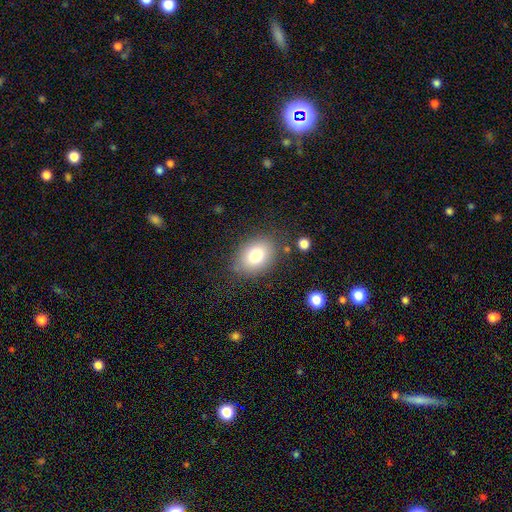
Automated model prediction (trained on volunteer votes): The model was most divided on "how rounded": in between: 71%, round: 28%, cigar-shaped: 1%. More confident: merging — none (80%); smooth or featured — smooth (78%).